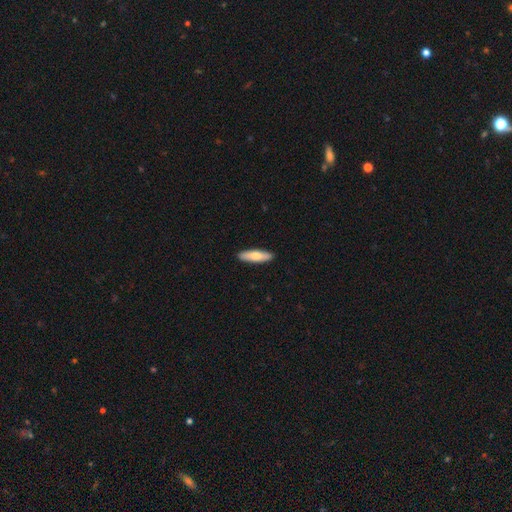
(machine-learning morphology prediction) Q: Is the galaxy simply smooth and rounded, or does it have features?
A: smooth — 71%.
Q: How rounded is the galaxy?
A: cigar-shaped — 63%.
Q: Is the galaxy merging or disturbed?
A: none — 91%.